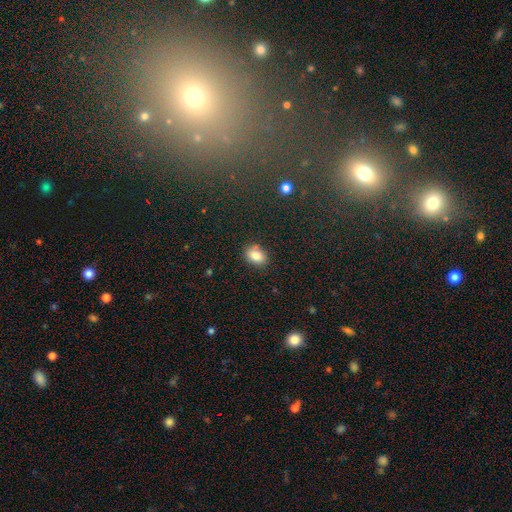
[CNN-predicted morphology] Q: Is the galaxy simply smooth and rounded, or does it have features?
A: smooth — 83%.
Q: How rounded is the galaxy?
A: in between — 71%.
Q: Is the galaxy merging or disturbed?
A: none — 77%.